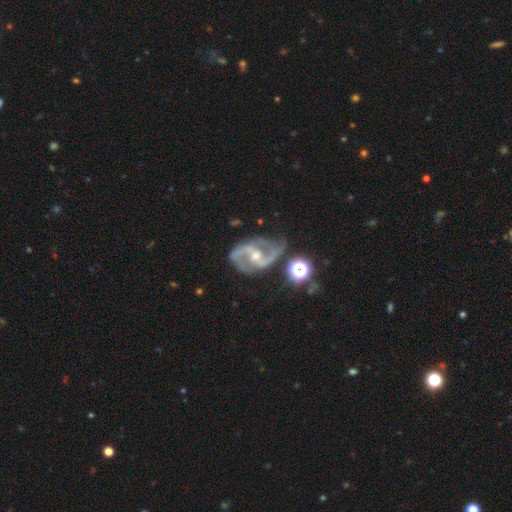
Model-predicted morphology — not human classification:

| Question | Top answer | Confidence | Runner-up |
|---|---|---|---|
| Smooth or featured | featured or disk | 90% | star or artifact (6%) |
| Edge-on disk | no | 98% | yes (2%) |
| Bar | weak | 44% | no (32%) |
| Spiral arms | yes | 97% | no (3%) |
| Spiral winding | medium | 57% | loose (27%) |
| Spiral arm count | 2 | 88% | 3 (4%) |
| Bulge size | moderate | 54% | small (41%) |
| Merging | none | 64% | minor disturbance (20%) |